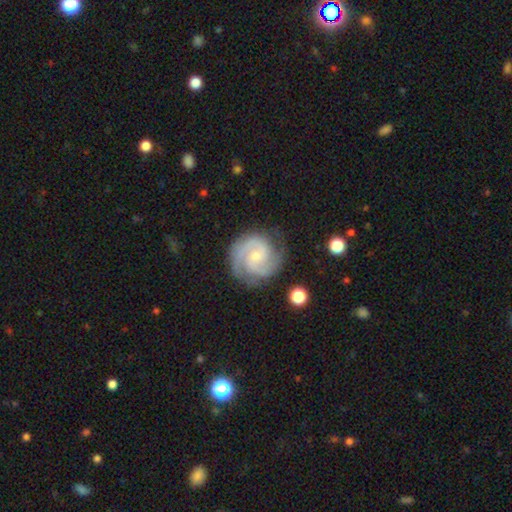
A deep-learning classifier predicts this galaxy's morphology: A featured or disk galaxy (88%) with no bar (55%), 2 (66%) tight (50%) spiral arms (98%) and a small central bulge (65%). Merging: none (77%).